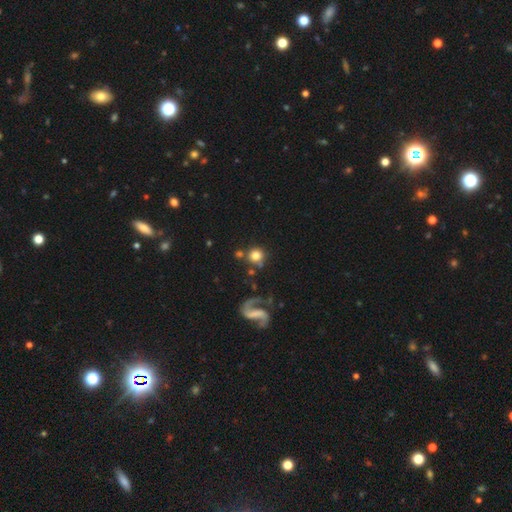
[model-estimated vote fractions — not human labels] Smooth or featured?
  - smooth: 69% *
  - featured or disk: 20%
  - star or artifact: 12%
How rounded?
  - round: 93% *
  - in between: 6%
  - cigar-shaped: 1%
Merging?
  - none: 72% *
  - merger: 11%
  - minor disturbance: 10%
  - major disturbance: 6%